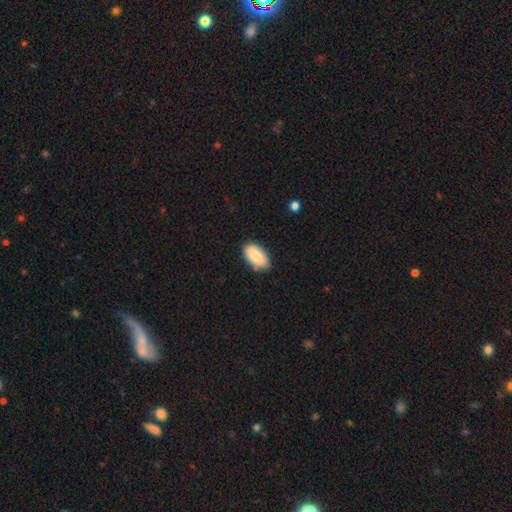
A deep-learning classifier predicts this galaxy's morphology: This is clearly a smooth galaxy (83%). How rounded: clearly in between (95%). Merging: likely none (80%).